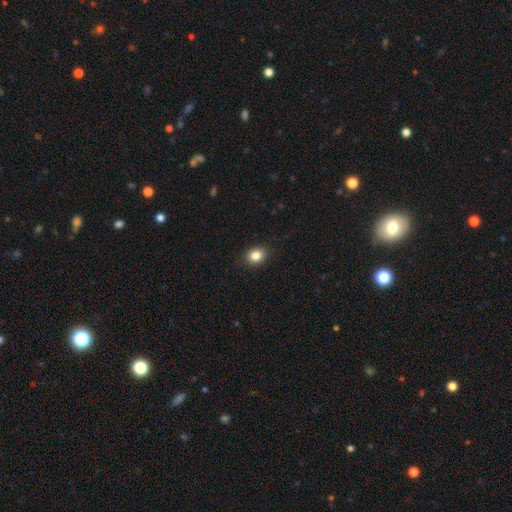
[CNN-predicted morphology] A smooth galaxy with no disk features (85%) that is in between round and cigar-shaped (51%). Merging: none (88%).